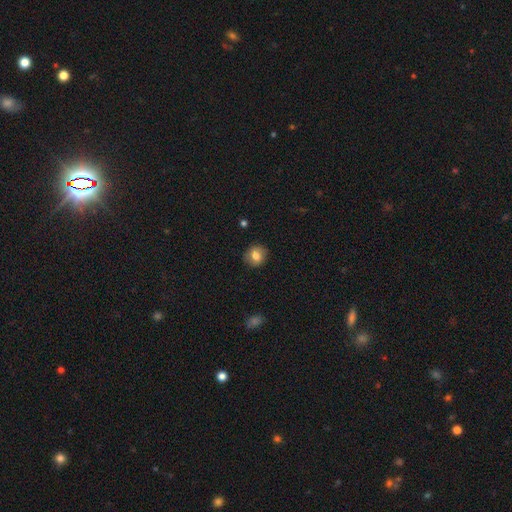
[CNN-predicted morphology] This appears to be a smooth galaxy with no disk features (75%) that is round (74%). Merging: none (86%).